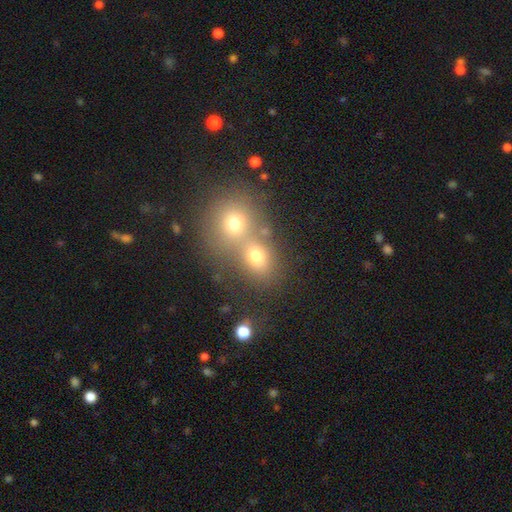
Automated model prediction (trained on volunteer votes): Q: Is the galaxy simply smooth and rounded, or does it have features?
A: smooth — 71%.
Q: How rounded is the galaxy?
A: round — 63%.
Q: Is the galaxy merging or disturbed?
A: merger — 54%.